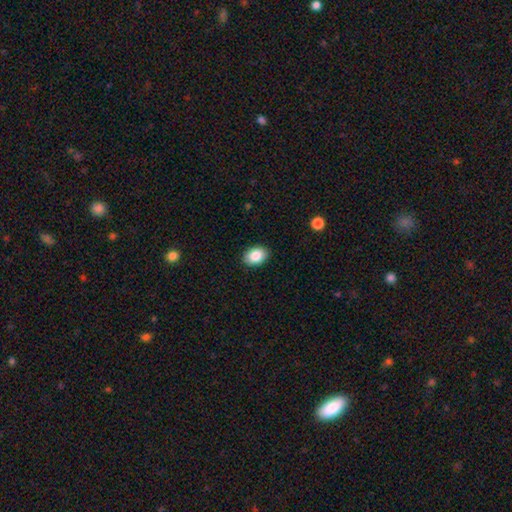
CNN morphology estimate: Smooth or featured? Predicted: smooth (p=0.86). How rounded? Predicted: in between (p=0.80). Merging? Predicted: none (p=0.89).